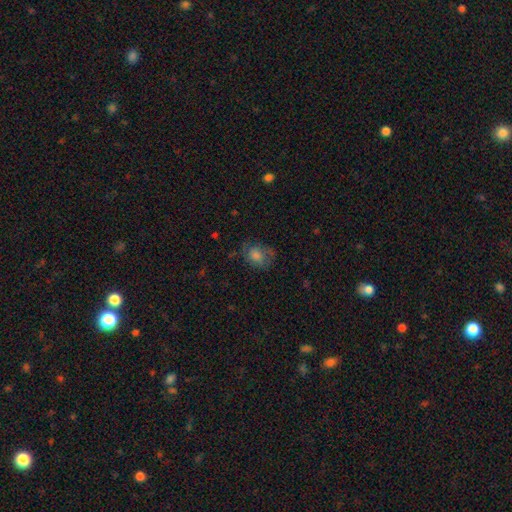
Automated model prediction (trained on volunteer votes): smooth 60%, featured or disk 26%, star or artifact 15%. Down the decision tree: how rounded — in between (51%); merging — none (59%).